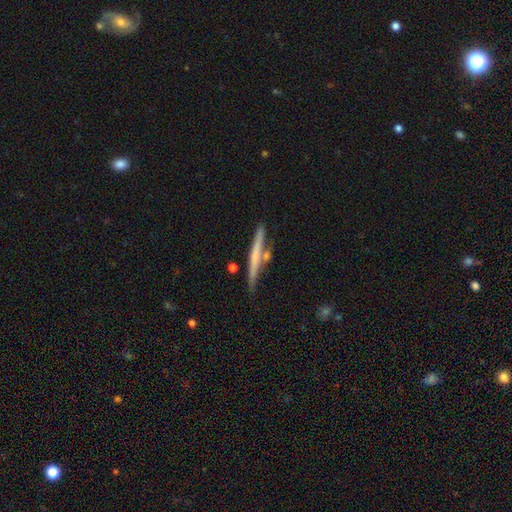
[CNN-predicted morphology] This is possibly a featured or disk galaxy (50%). Merging: likely none (74%).